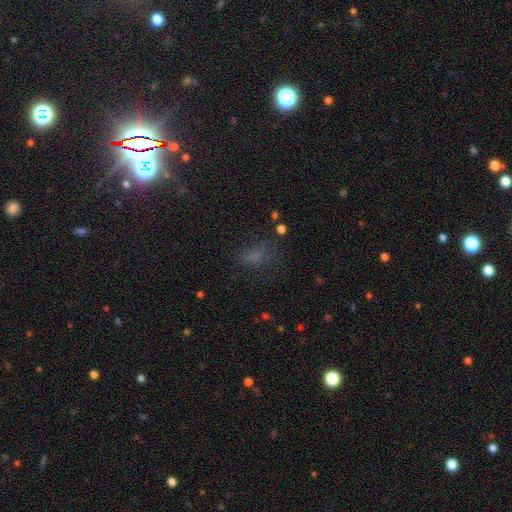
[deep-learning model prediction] Q: Smooth or featured?
A: smooth (54%); runner-up: star or artifact (30%)
Q: How rounded?
A: in between (75%); runner-up: round (15%)
Q: Merging?
A: none (50%); runner-up: major disturbance (25%)